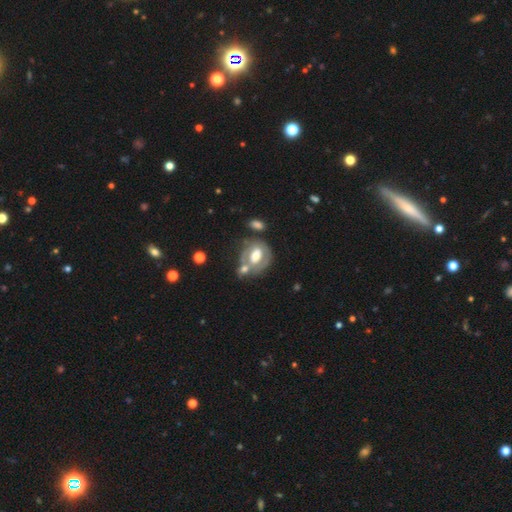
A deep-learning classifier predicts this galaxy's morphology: Smooth or featured? Predicted: featured or disk (p=0.64). Edge-on disk? Predicted: no (p=0.95). Bar? Predicted: no (p=0.50). Spiral arms? Predicted: no (p=0.54). Bulge size? Predicted: moderate (p=0.54). Merging? Predicted: none (p=0.41).